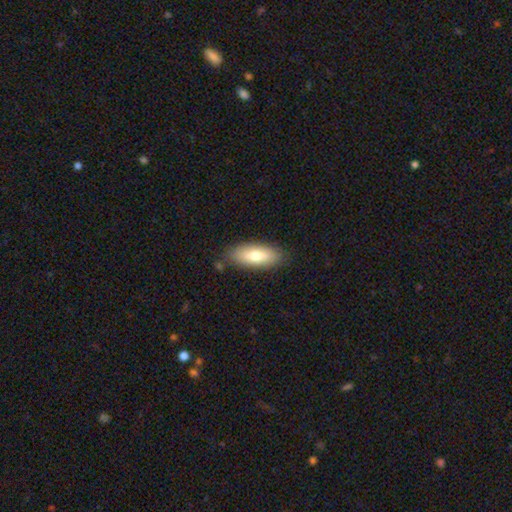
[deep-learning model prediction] Smooth or featured?
  - smooth: 74% *
  - featured or disk: 20%
  - star or artifact: 6%
How rounded?
  - in between: 76% *
  - cigar-shaped: 22%
  - round: 2%
Merging?
  - none: 83% *
  - minor disturbance: 12%
  - major disturbance: 2%
  - merger: 2%